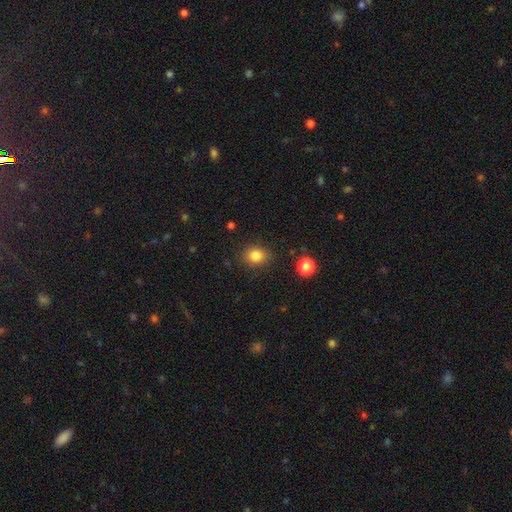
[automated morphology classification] smooth 83%, star or artifact 12%, featured or disk 5%. Down the decision tree: how rounded — round (69%); merging — none (85%).